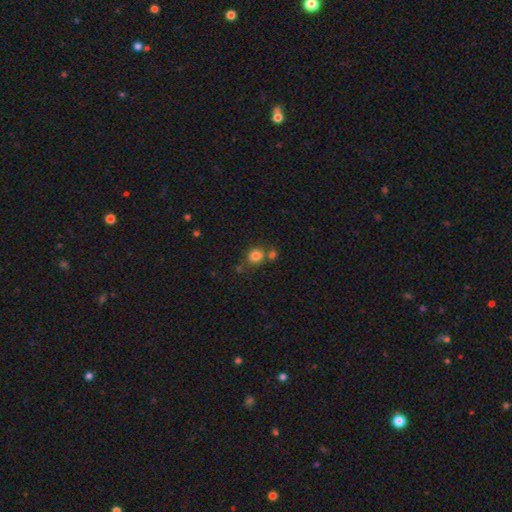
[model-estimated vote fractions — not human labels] A smooth galaxy with no disk features (82%) that is round (84%). Merging: none (63%).